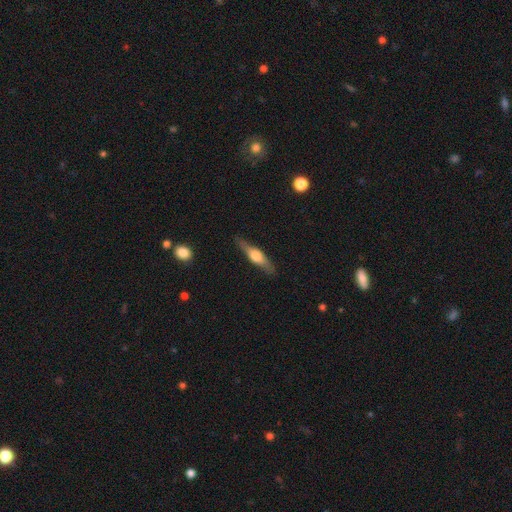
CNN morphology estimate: Smooth or featured? featured or disk (58%)
Edge-on disk? yes (93%)
Edge-on bulge? rounded (90%)
Merging? none (85%)